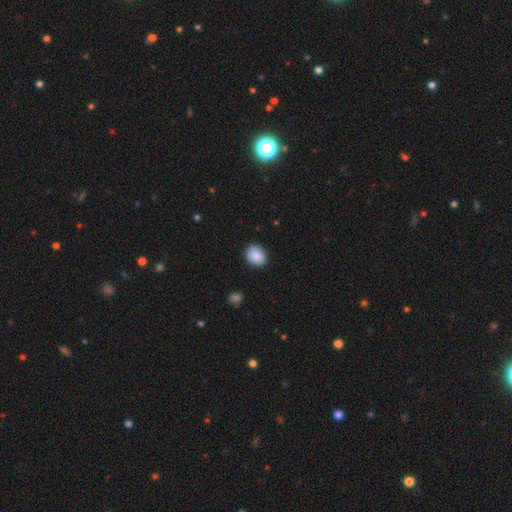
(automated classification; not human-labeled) A smooth galaxy with no disk features (89%) that is in between round and cigar-shaped (59%). Merging: none (88%).